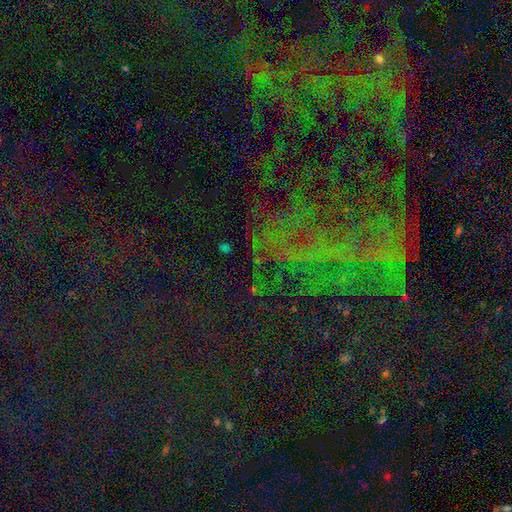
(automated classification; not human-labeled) Overall: star or artifact (78%).